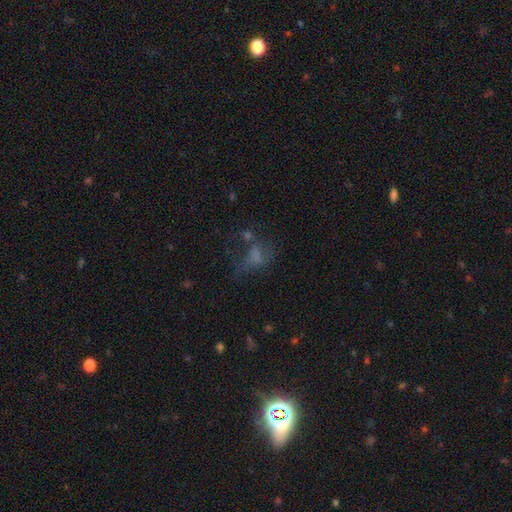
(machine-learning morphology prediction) This appears to be a smooth galaxy with no disk features (43%). Merging: none (37%).